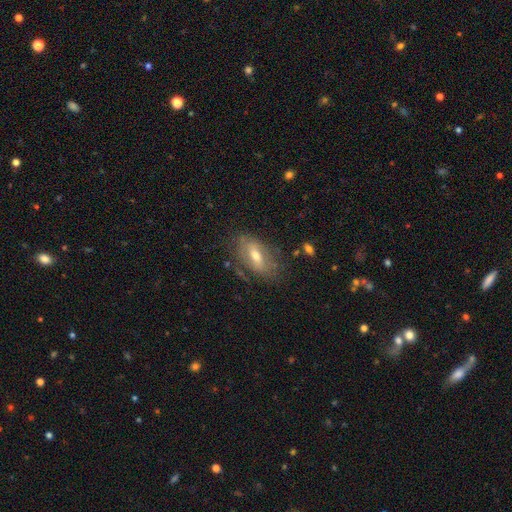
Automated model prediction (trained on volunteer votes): The model was most divided on "smooth or featured": featured or disk: 51%, smooth: 40%, star or artifact: 9%. More confident: edge-on disk — no (81%); merging — none (63%).